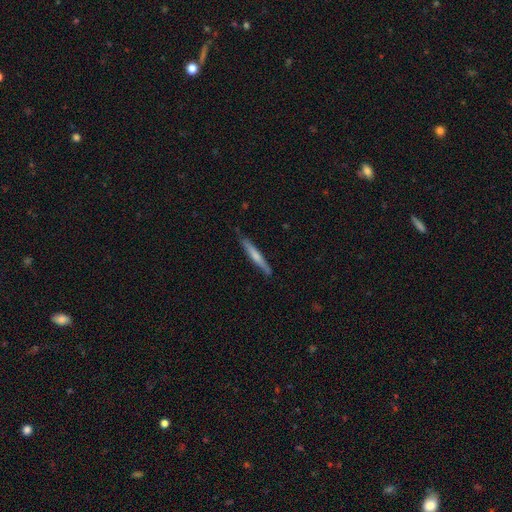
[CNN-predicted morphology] smooth_or_featured: smooth (p=0.53) [alt: featured or disk p=0.41]
how_rounded: cigar-shaped (p=0.95) [alt: in between p=0.03]
merging: none (p=0.84) [alt: minor disturbance p=0.12]